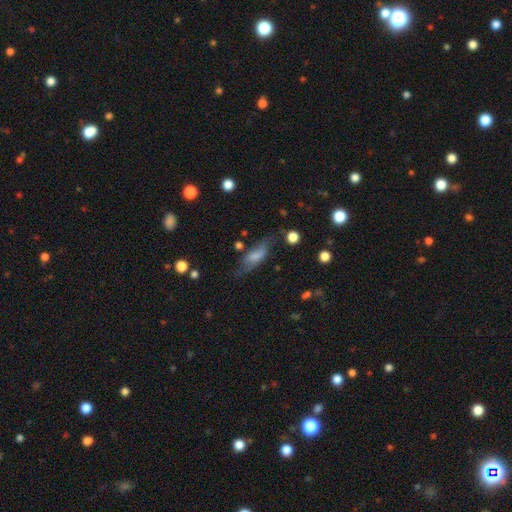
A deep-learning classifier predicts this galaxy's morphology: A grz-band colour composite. It shows a smooth galaxy with no disk features (59%) that is in between round and cigar-shaped (64%). Merging: none (55%).